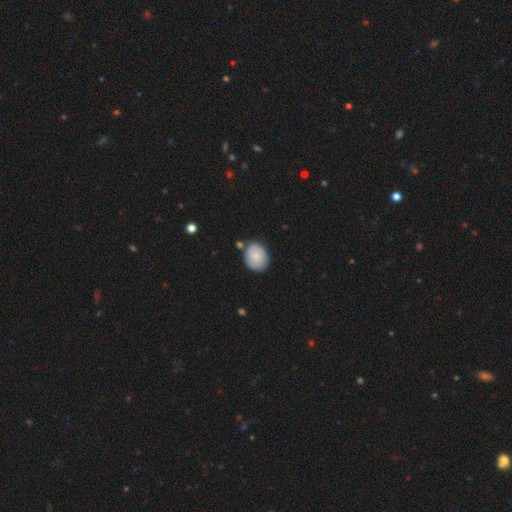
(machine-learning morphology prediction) Q: Smooth or featured?
A: smooth (82%); runner-up: featured or disk (11%)
Q: How rounded?
A: in between (51%); runner-up: round (48%)
Q: Merging?
A: none (75%); runner-up: minor disturbance (15%)